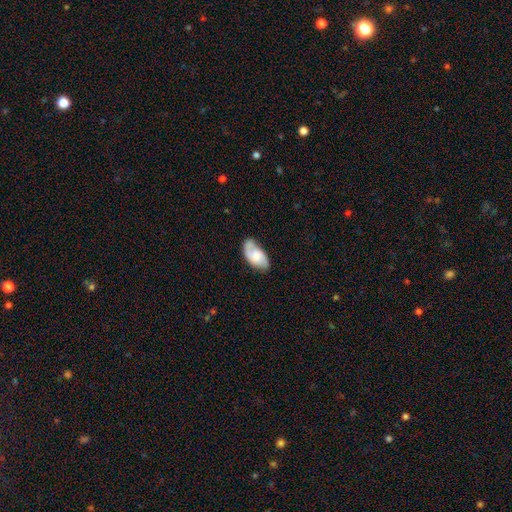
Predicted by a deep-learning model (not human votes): Overall: featured or disk (55%; smooth 39%). Edge-on disk: no (95%). Bar: no (58%; weak 35%). Spiral arms: yes (88%). Bulge size: moderate (33%; small 23%). Merging: none (62%; minor disturbance 26%).